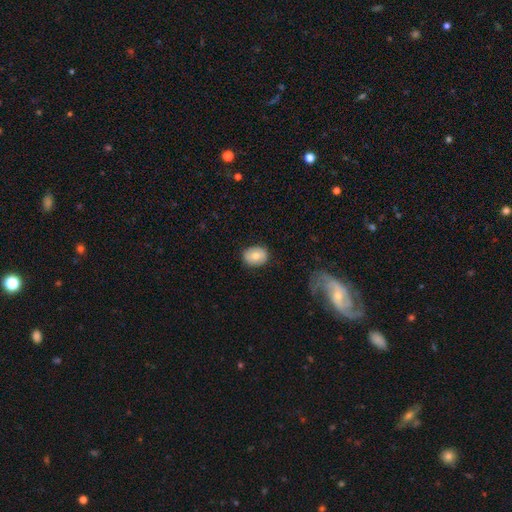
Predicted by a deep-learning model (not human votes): smooth-or-featured: smooth: 74% | featured or disk: 19% | star or artifact: 7%
  how-rounded: in between: 55% | round: 44% | cigar-shaped: 1%
  merging: none: 84% | minor disturbance: 12% | major disturbance: 3% | merger: 1%